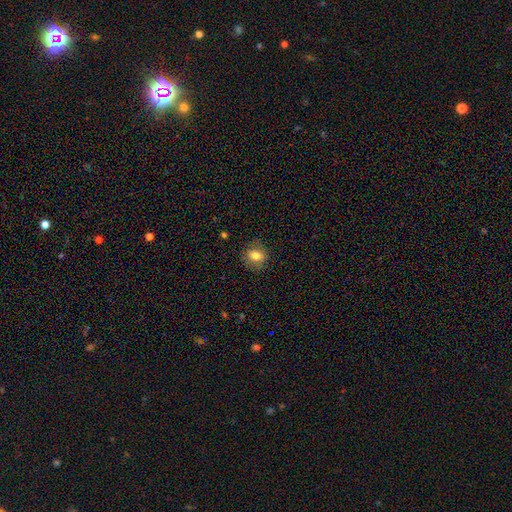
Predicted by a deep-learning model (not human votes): smooth 76%, featured or disk 14%, star or artifact 10%. Down the decision tree: how rounded — round (64%); merging — none (83%).